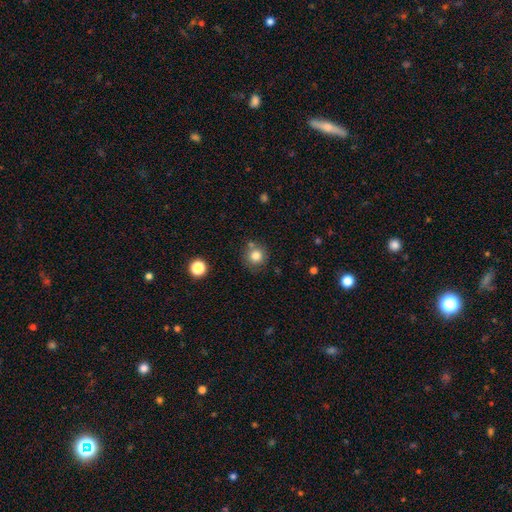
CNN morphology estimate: Smooth or featured? smooth (81%)
How rounded? round (92%)
Merging? none (75%)